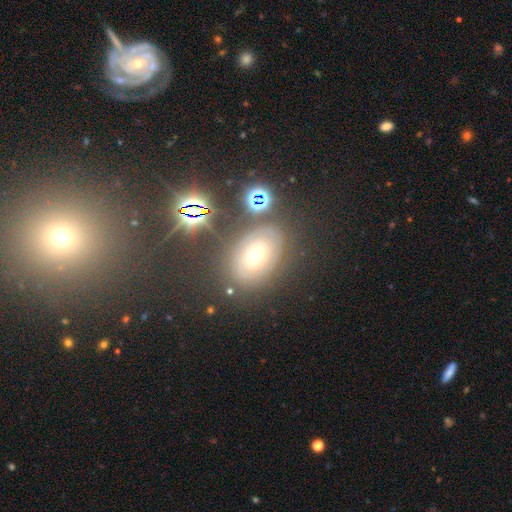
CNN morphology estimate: This is marginally a featured or disk galaxy (37%). Merging: likely none (76%).